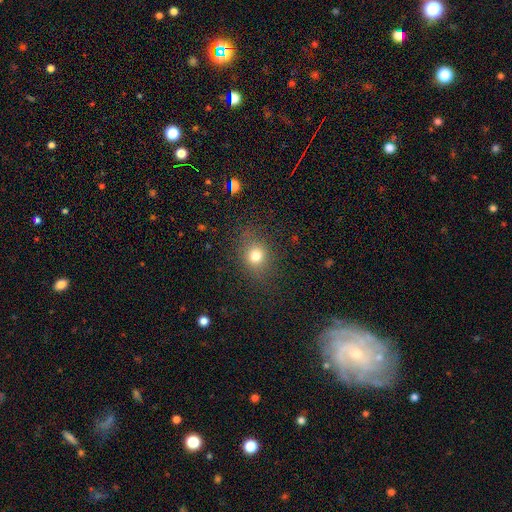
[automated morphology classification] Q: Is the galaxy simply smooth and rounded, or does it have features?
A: smooth — 77%.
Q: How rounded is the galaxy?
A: round — 67%.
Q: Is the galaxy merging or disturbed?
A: none — 81%.